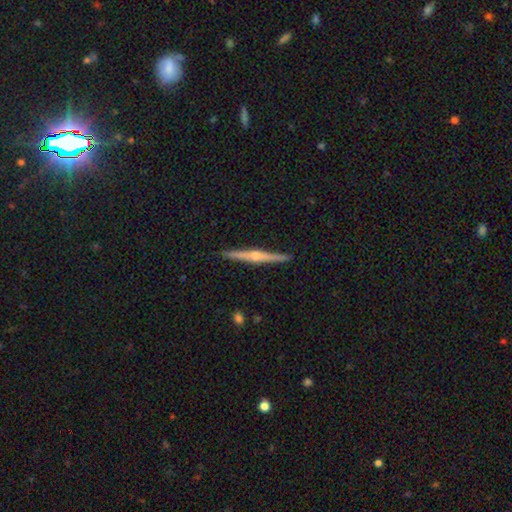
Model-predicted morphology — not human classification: This appears to be a featured or disk galaxy (79%) viewed edge-on (98%) with a rounded central bulge (90%). Merging: none (92%).